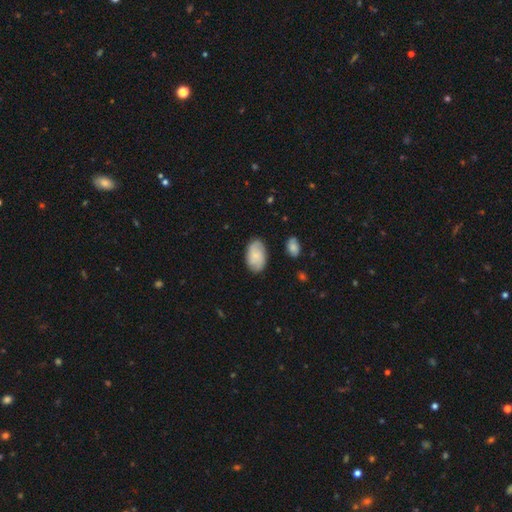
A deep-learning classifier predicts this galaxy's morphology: A smooth galaxy with no disk features (59%) that is in between round and cigar-shaped (92%).

Vote fractions:
- Smooth or featured? smooth: 59% / featured or disk: 33% / star or artifact: 7%
- How rounded? in between: 92% / round: 7% / cigar-shaped: 2%
- Merging? none: 80% / minor disturbance: 15% / major disturbance: 3% / merger: 2%